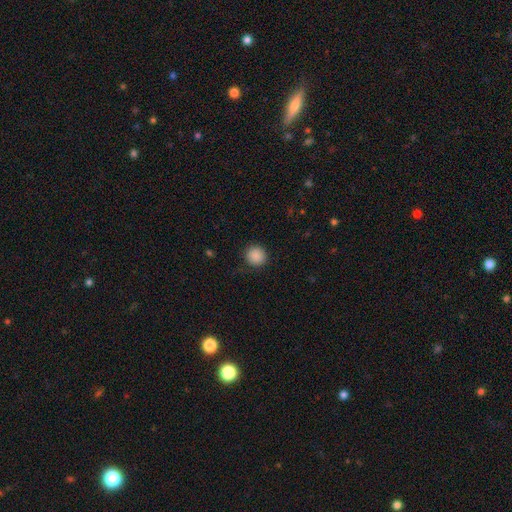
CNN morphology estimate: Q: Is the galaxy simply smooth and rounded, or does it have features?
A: smooth — 88%.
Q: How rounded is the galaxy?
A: round — 92%.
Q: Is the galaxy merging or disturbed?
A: none — 89%.